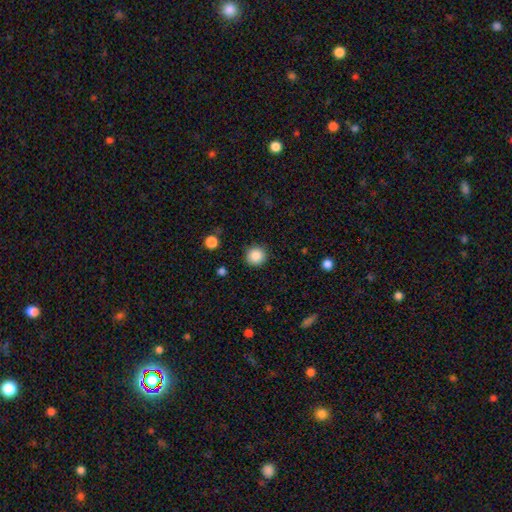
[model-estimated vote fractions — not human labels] This appears to be a smooth galaxy with no disk features (87%) that is round (94%). Merging: none (90%).